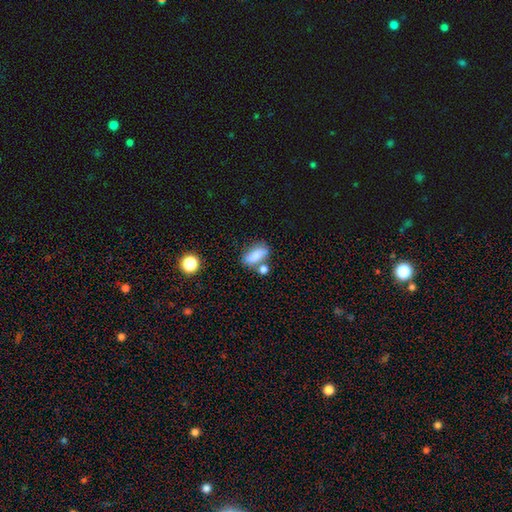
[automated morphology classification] This appears to be a smooth galaxy with no disk features (78%) that is in between round and cigar-shaped (78%). Merging: none (58%).